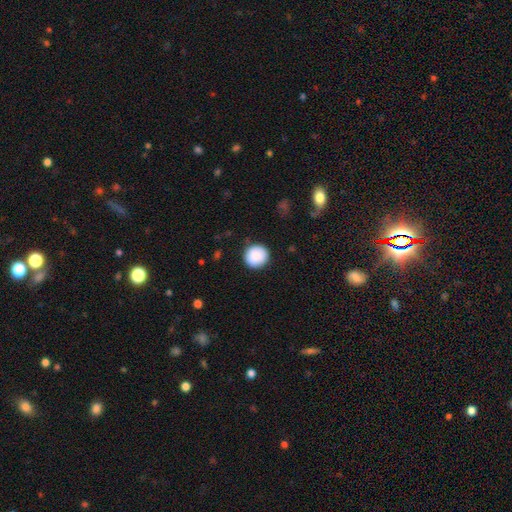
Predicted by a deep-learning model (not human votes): smooth-or-featured: smooth: 89% | star or artifact: 7% | featured or disk: 4%
  how-rounded: round: 93% | in between: 6% | cigar-shaped: 1%
  merging: none: 88% | minor disturbance: 8% | major disturbance: 2% | merger: 1%